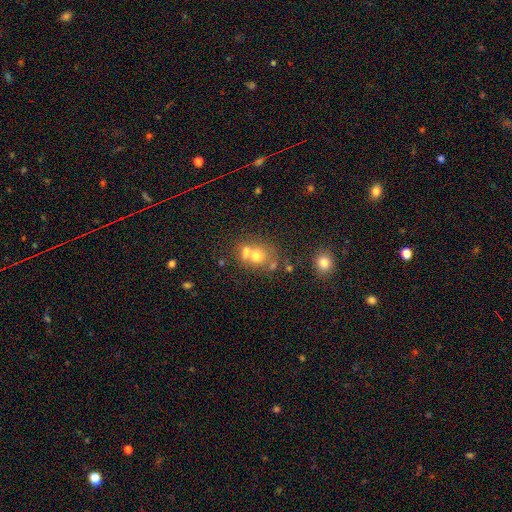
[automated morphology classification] Smooth or featured: smooth — 65% (featured or disk — 21%)
How rounded: round — 72% (in between — 27%)
Merging: merger — 51% (none — 35%)